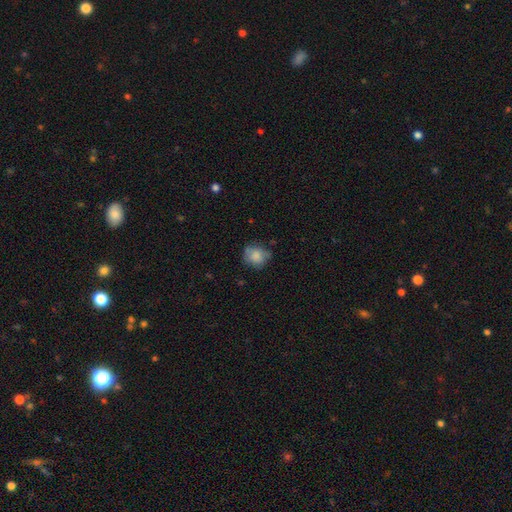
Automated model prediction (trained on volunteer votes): Morphology: type=smooth (80%); roundness=round (78%); merging=none (63%).